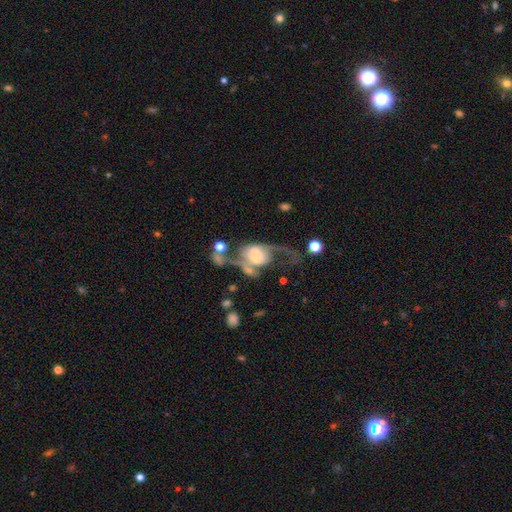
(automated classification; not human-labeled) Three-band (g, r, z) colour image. It shows a featured or disk galaxy (67%) with no bar (62%), spiral arms (79%) and a large central bulge (31%). Merging: major disturbance (35%).